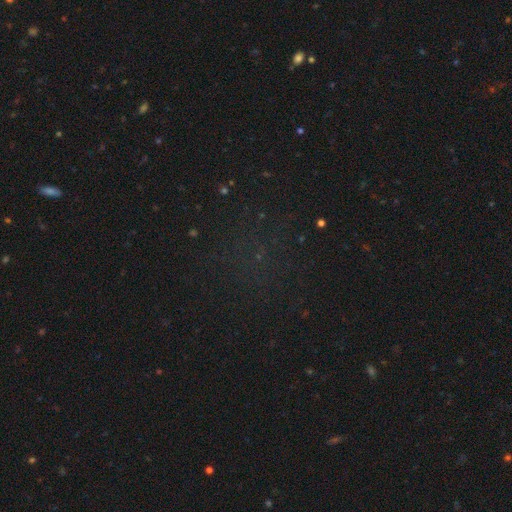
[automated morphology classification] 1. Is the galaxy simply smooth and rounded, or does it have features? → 67% star or artifact, 23% smooth, 11% featured or disk.